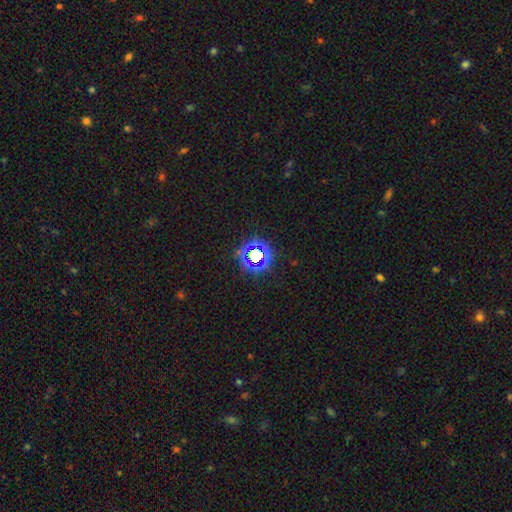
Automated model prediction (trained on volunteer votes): Q: Smooth or featured?
A: star or artifact (72%); runner-up: smooth (17%)